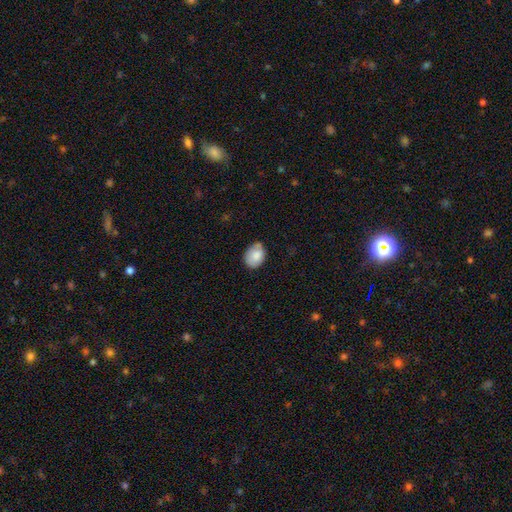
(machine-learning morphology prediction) Smooth or featured? smooth (82%)
How rounded? in between (72%)
Merging? none (67%)